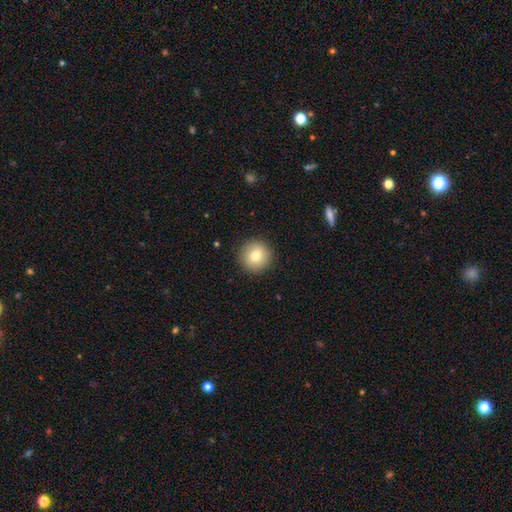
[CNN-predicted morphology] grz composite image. It shows a smooth galaxy with no disk features (79%) that is round (95%). Merging: none (92%).